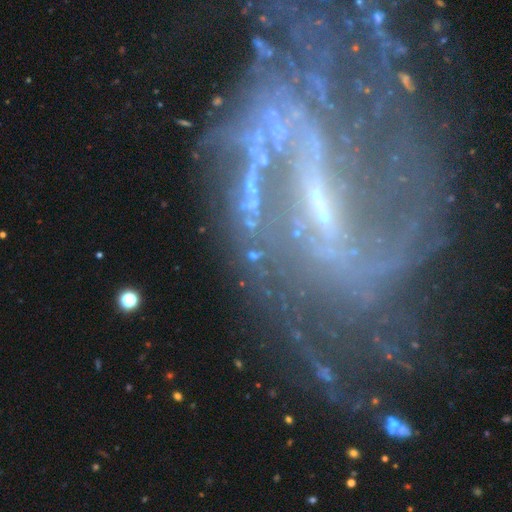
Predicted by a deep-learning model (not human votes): smooth_or_featured: featured or disk (p=0.65) [alt: star or artifact p=0.24]
disk_edge_on: no (p=0.89) [alt: yes p=0.11]
bar: strong (p=0.46) [alt: no p=0.29]
has_spiral_arms: yes (p=0.61) [alt: no p=0.39]
bulge_size: small (p=0.54) [alt: none p=0.28]
merging: none (p=0.54) [alt: major disturbance p=0.22]